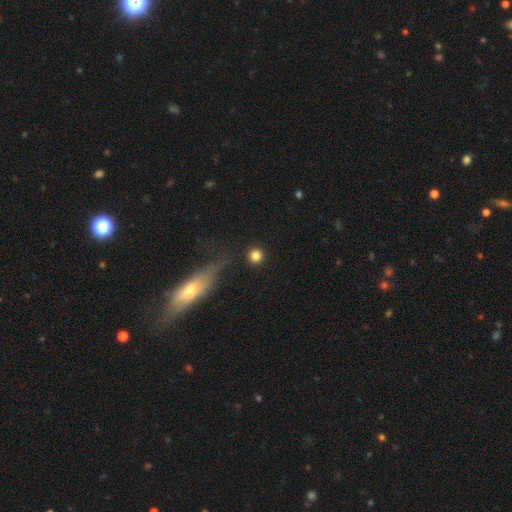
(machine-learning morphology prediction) A smooth galaxy with no disk features (83%) that is round (95%).

Vote fractions:
- Smooth or featured? smooth: 83% / star or artifact: 11% / featured or disk: 6%
- How rounded? round: 95% / in between: 4% / cigar-shaped: 1%
- Merging? none: 88% / minor disturbance: 5% / merger: 3% / major disturbance: 3%